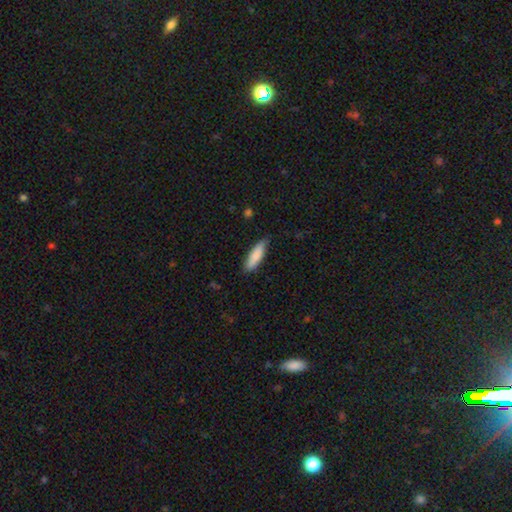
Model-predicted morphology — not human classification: smooth-or-featured: smooth: 84% | featured or disk: 11% | star or artifact: 6%
  how-rounded: cigar-shaped: 58% | in between: 40% | round: 2%
  merging: none: 77% | minor disturbance: 19% | major disturbance: 3% | merger: 1%